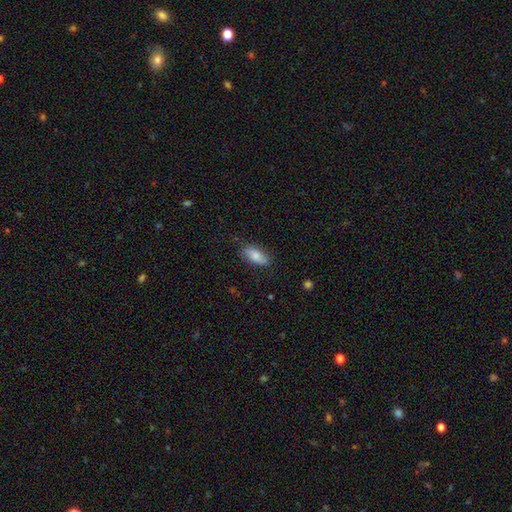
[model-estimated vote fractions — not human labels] A smooth galaxy with no disk features (83%) that is in between round and cigar-shaped (84%).

Vote fractions:
- Smooth or featured? smooth: 83% / featured or disk: 10% / star or artifact: 7%
- How rounded? in between: 84% / cigar-shaped: 14% / round: 2%
- Merging? none: 79% / minor disturbance: 16% / major disturbance: 3% / merger: 1%